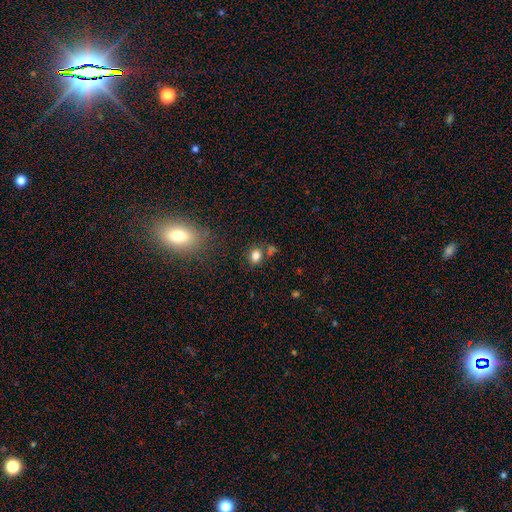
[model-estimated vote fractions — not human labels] Overall: smooth (80%). How rounded: in between (55%; round 44%). Merging: none (70%).